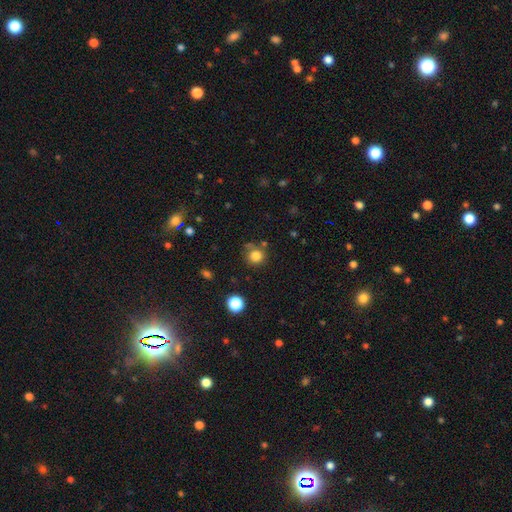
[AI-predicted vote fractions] Overall: smooth (81%). How rounded: round (90%). Merging: none (74%).